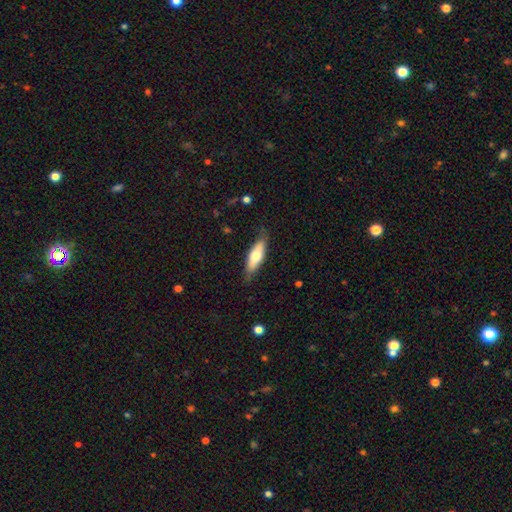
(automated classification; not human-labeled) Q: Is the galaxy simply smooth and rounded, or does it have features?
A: smooth — 65%.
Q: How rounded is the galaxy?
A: in between — 57%.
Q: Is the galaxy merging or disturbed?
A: none — 78%.